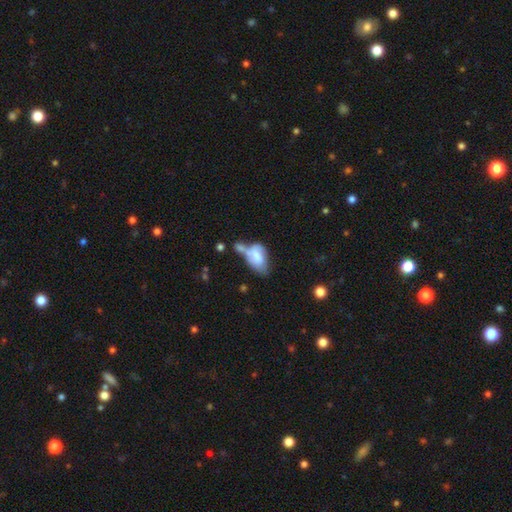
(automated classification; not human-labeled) smooth 63%, featured or disk 29%, star or artifact 8%. Down the decision tree: how rounded — in between (89%); merging — merger (43%).